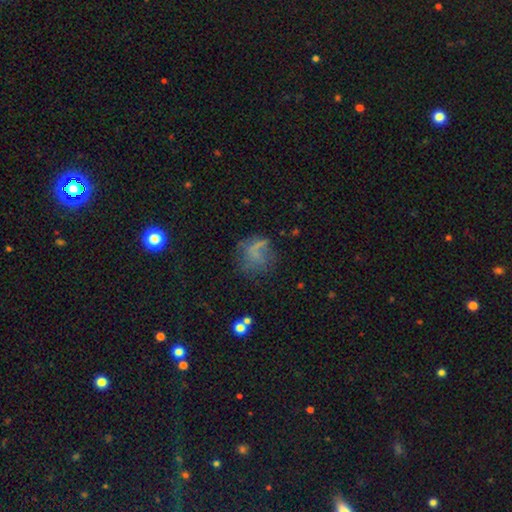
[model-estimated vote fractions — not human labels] Smooth or featured? smooth (47%)
Merging? none (45%)